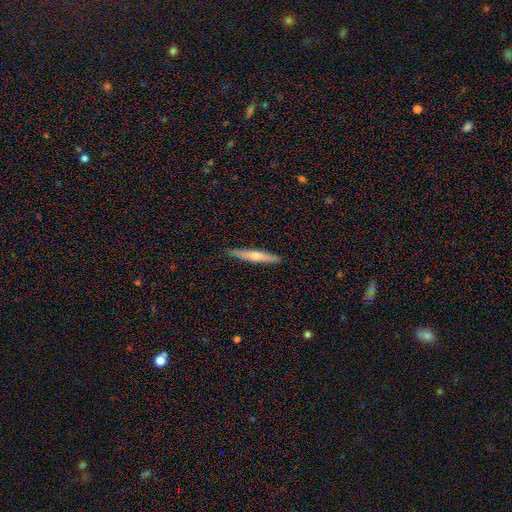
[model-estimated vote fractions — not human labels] smooth-or-featured: featured or disk: 55% | smooth: 38% | star or artifact: 6%
  disk-edge-on: yes: 95% | no: 5%
    edge-on-bulge: rounded: 83% | none: 15% | boxy: 3%
  merging: none: 91% | minor disturbance: 7% | major disturbance: 1% | merger: 1%